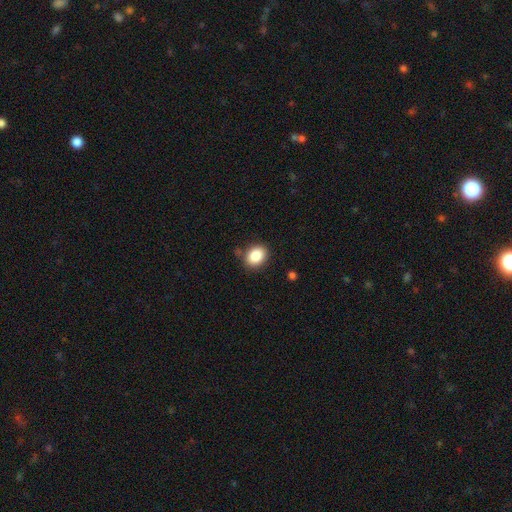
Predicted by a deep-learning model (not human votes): A smooth galaxy with no disk features (86%) that is in between round and cigar-shaped (62%). Merging: none (83%).